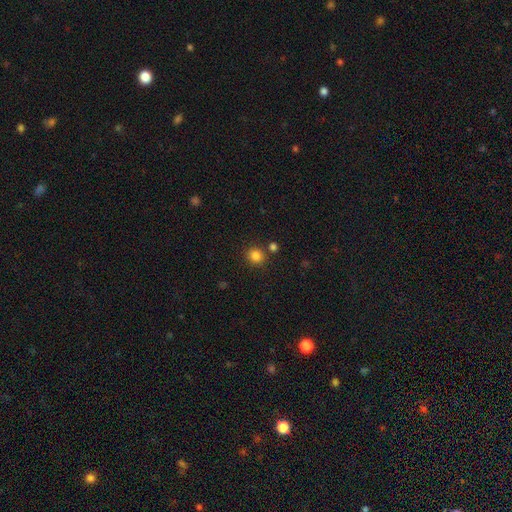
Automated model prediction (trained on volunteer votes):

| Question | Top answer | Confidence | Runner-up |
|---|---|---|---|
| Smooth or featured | smooth | 84% | star or artifact (12%) |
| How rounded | round | 86% | in between (13%) |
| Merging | none | 81% | merger (8%) |